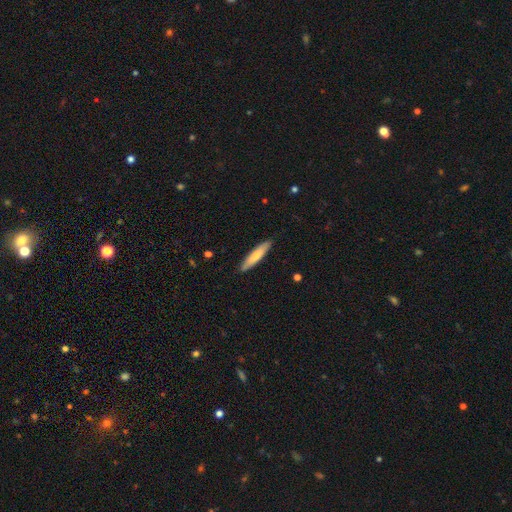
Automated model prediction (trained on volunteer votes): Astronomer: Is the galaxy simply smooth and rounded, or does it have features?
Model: smooth — 73%.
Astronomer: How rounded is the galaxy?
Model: cigar-shaped — 85%.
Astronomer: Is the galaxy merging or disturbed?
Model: none — 89%.